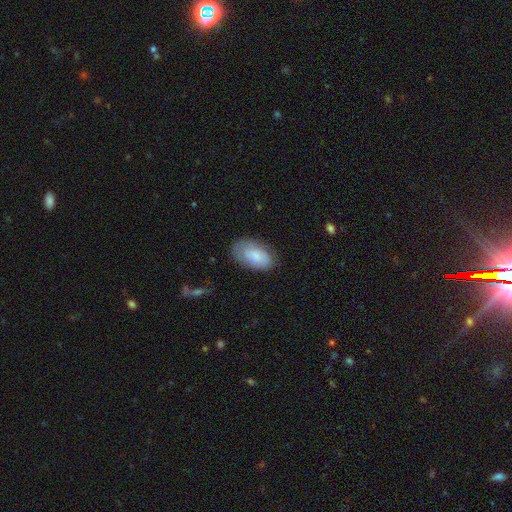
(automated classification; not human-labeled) Overall: smooth (72%). How rounded: in between (94%). Merging: none (70%).